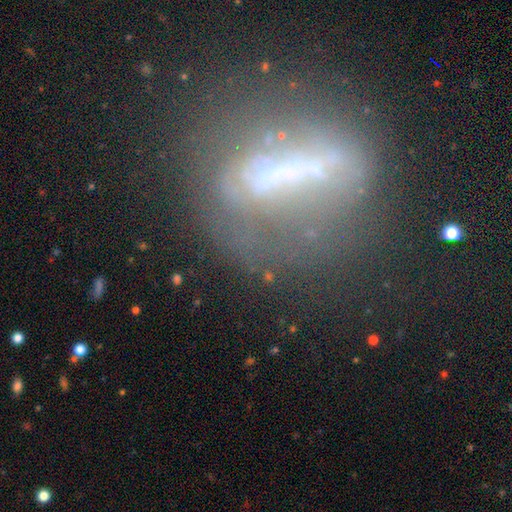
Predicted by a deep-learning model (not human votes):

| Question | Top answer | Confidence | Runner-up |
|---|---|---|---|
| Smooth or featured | featured or disk | 56% | smooth (24%) |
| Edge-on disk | no | 64% | yes (36%) |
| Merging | none | 52% | major disturbance (24%) |